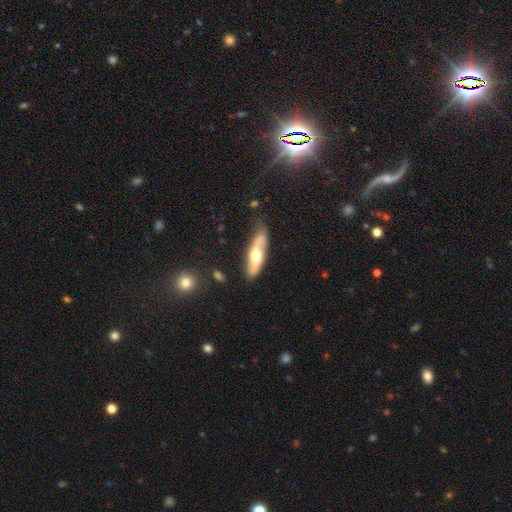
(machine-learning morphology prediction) smooth_or_featured: featured or disk (p=0.51) [alt: smooth p=0.44]
disk_edge_on: no (p=0.60) [alt: yes p=0.40]
merging: none (p=0.66) [alt: minor disturbance p=0.25]